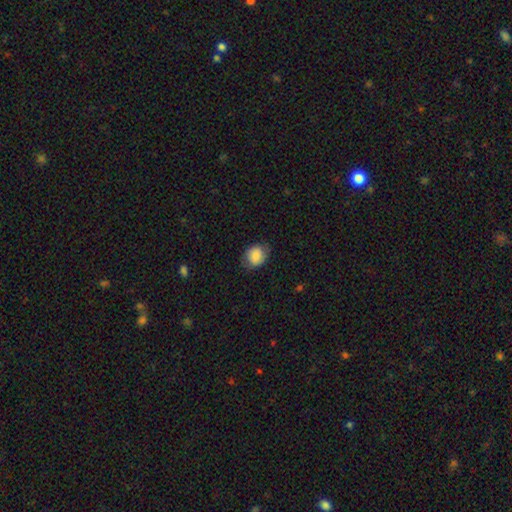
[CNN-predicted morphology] smooth 79%, featured or disk 13%, star or artifact 8%. Down the decision tree: how rounded — round (55%); merging — none (72%).